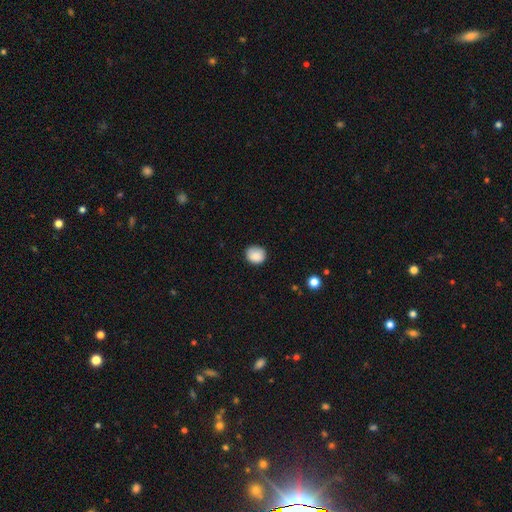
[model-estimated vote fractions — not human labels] Morphology: type=smooth (88%); roundness=round (76%); merging=none (83%).